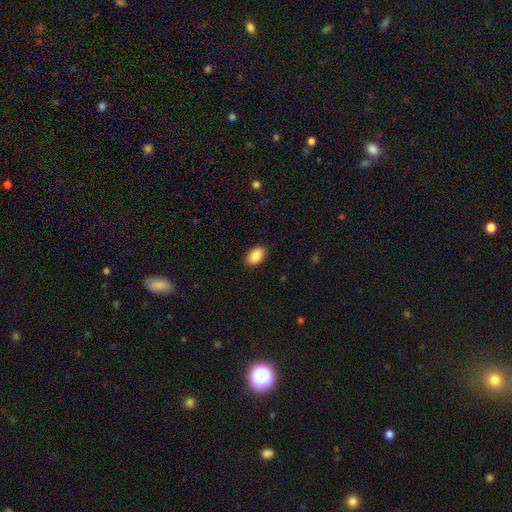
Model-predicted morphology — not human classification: smooth-or-featured: smooth: 90% | star or artifact: 7% | featured or disk: 3%
  how-rounded: in between: 91% | round: 8% | cigar-shaped: 1%
  merging: none: 89% | minor disturbance: 8% | major disturbance: 2% | merger: 1%